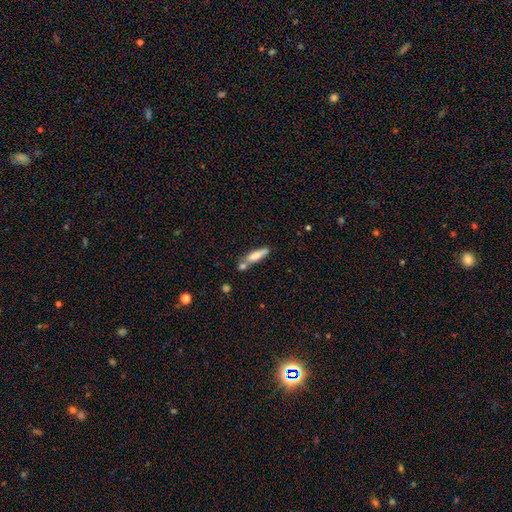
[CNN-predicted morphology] smooth_or_featured: smooth (p=0.67) [alt: featured or disk p=0.27]
how_rounded: cigar-shaped (p=0.72) [alt: in between p=0.26]
merging: none (p=0.51) [alt: merger p=0.28]